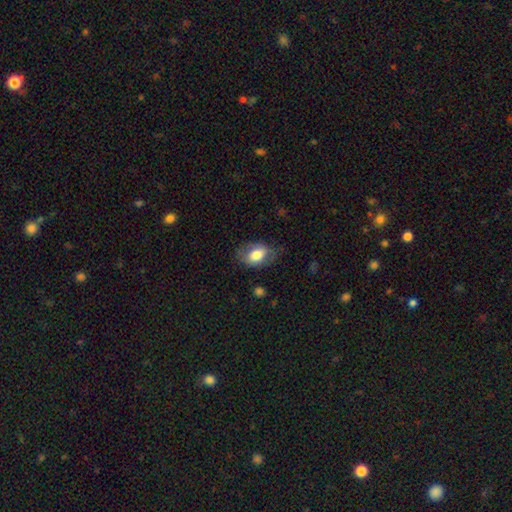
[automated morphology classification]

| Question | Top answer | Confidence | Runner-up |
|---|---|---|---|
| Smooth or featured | smooth | 65% | featured or disk (28%) |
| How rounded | in between | 84% | round (15%) |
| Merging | none | 64% | minor disturbance (25%) |